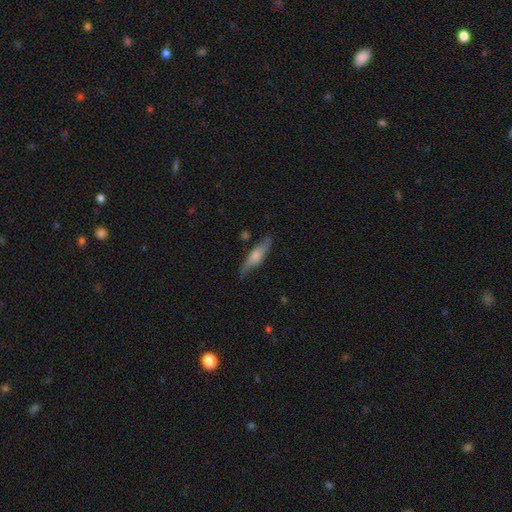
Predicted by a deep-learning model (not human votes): smooth_or_featured: smooth (p=0.51) [alt: featured or disk p=0.43]
how_rounded: cigar-shaped (p=0.69) [alt: in between p=0.29]
merging: none (p=0.77) [alt: minor disturbance p=0.18]